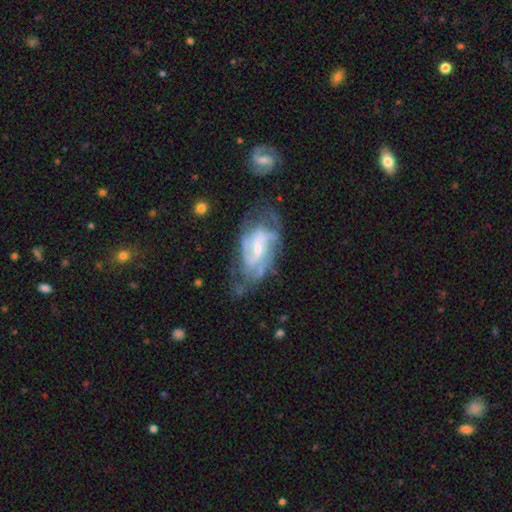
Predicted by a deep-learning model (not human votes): Smooth or featured? featured or disk (82%)
Edge-on disk? no (95%)
Bar? weak (49%)
Spiral arms? yes (90%)
Spiral winding? medium (45%)
Spiral arm count? 2 (41%)
Bulge size? small (57%)
Merging? none (50%)